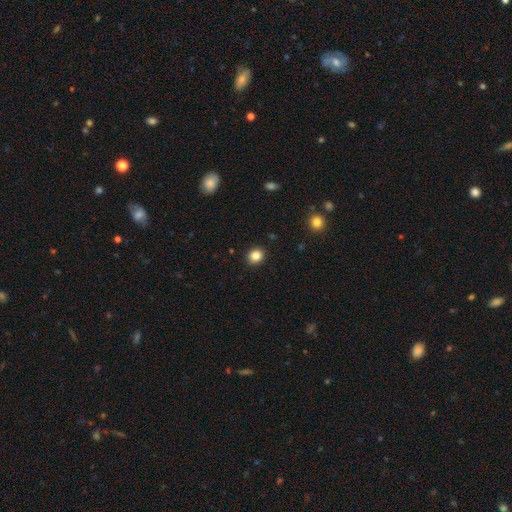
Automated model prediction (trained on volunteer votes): smooth 85%, star or artifact 11%, featured or disk 5%. Down the decision tree: how rounded — round (76%); merging — none (91%).